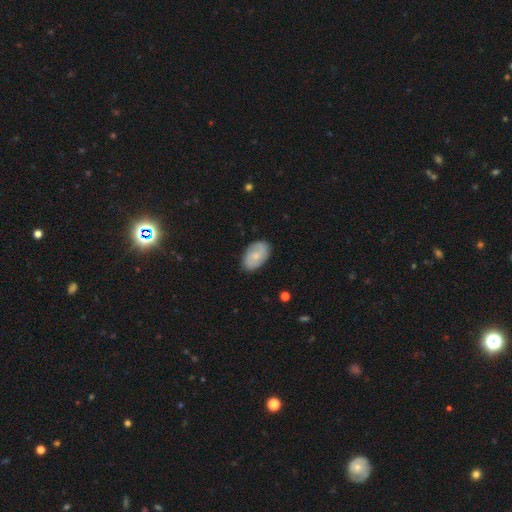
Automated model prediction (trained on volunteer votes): Smooth or featured? smooth (55%)
How rounded? in between (91%)
Merging? none (84%)